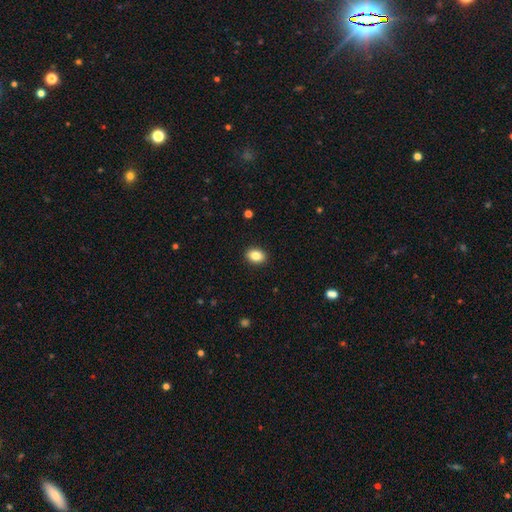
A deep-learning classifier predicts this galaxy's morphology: A smooth galaxy with no disk features (85%) that is in between round and cigar-shaped (72%).

Vote fractions:
- Smooth or featured? smooth: 85% / star or artifact: 8% / featured or disk: 7%
- How rounded? in between: 72% / round: 26% / cigar-shaped: 1%
- Merging? none: 91% / minor disturbance: 7% / major disturbance: 2% / merger: 1%